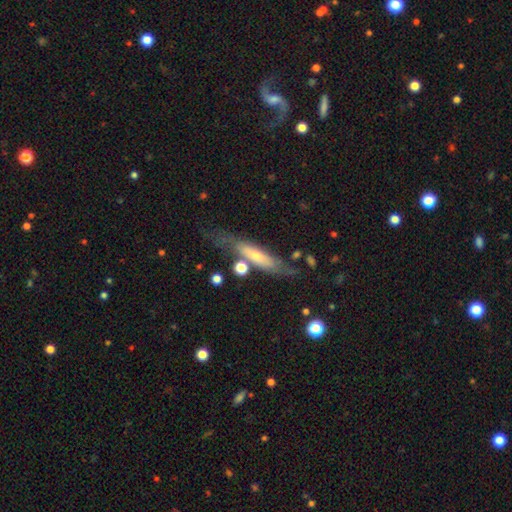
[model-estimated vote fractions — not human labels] The model was most divided on "smooth or featured": featured or disk: 51%, smooth: 42%, star or artifact: 7%. More confident: merging — none (58%); edge-on disk — yes (58%).